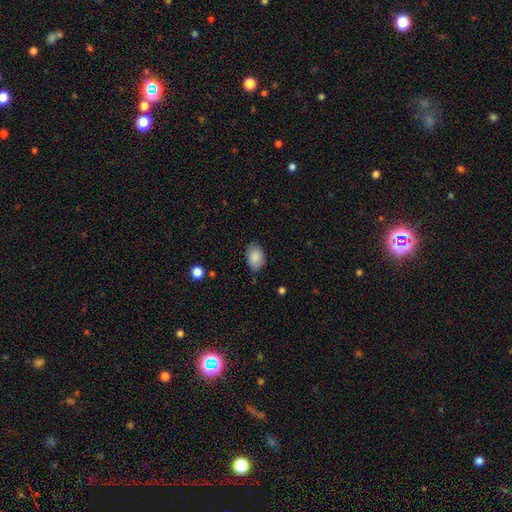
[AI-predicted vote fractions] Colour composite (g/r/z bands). It shows a smooth galaxy with no disk features (88%) that is in between round and cigar-shaped (81%). Merging: none (77%).